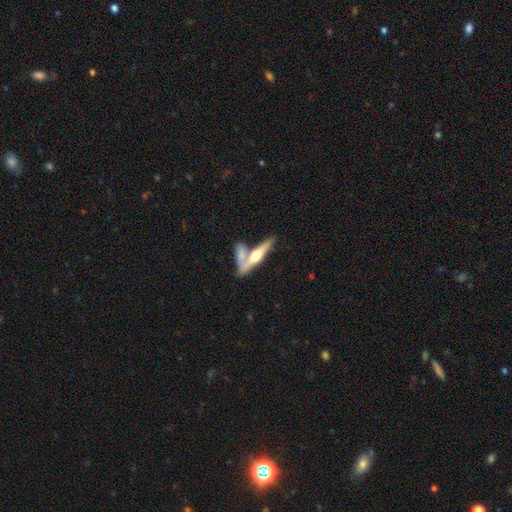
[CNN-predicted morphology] This is possibly a featured or disk galaxy (55%). It is clearly viewed edge-on (88%). Merging: marginally merger (44%).